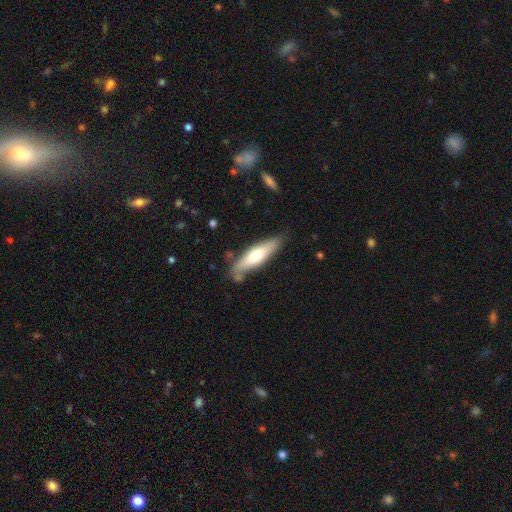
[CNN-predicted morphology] This is possibly a smooth galaxy (56%). How rounded: likely cigar-shaped (68%). Merging: likely none (74%).